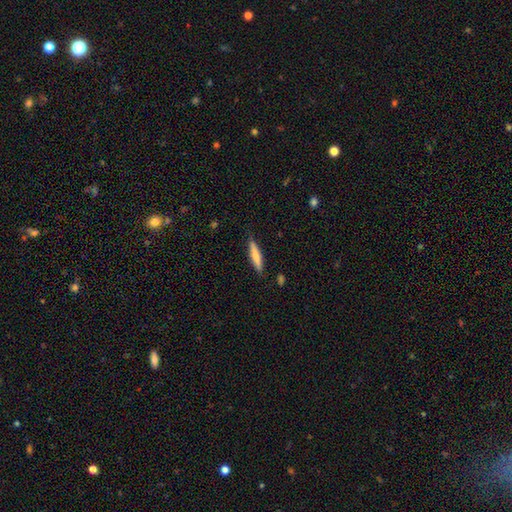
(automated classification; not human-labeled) Smooth or featured? smooth (71%)
How rounded? cigar-shaped (88%)
Merging? none (85%)